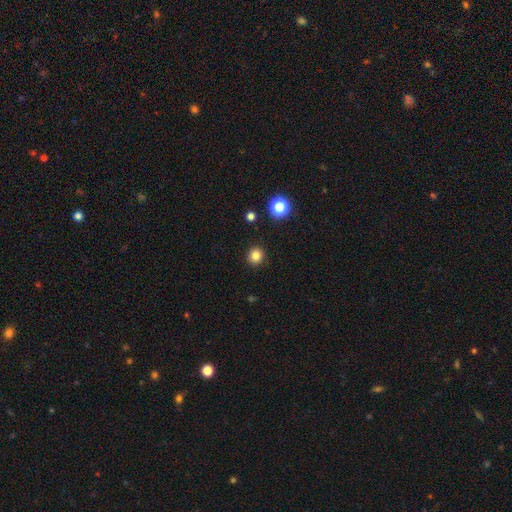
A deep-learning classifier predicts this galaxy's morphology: Smooth or featured?
  - smooth: 83% *
  - star or artifact: 13%
  - featured or disk: 5%
How rounded?
  - round: 89% *
  - in between: 10%
  - cigar-shaped: 1%
Merging?
  - none: 91% *
  - minor disturbance: 6%
  - major disturbance: 2%
  - merger: 1%